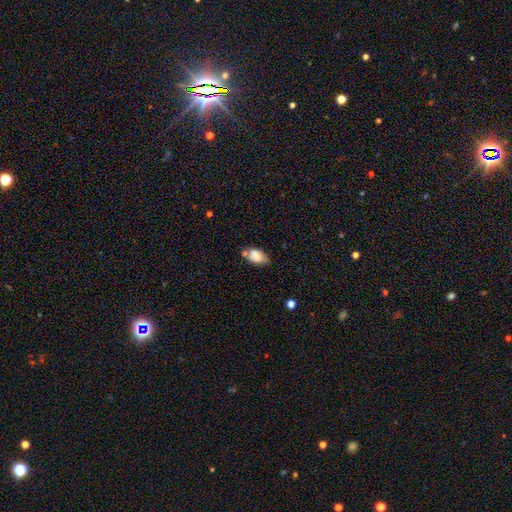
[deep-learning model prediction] The model was most divided on "merging": none: 53%, minor disturbance: 25%, merger: 15%, major disturbance: 7%. More confident: how rounded — in between (91%); smooth or featured — smooth (78%).